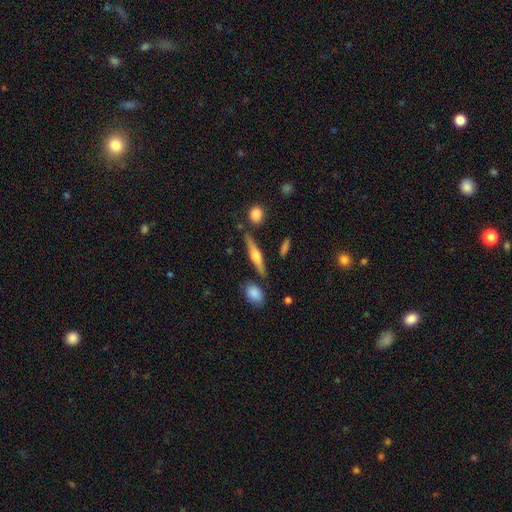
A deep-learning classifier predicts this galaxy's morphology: Q: Smooth or featured?
A: featured or disk (61%); runner-up: smooth (33%)
Q: Edge-on disk?
A: yes (96%); runner-up: no (4%)
Q: Edge-on bulge?
A: rounded (92%); runner-up: boxy (5%)
Q: Merging?
A: none (81%); runner-up: minor disturbance (11%)